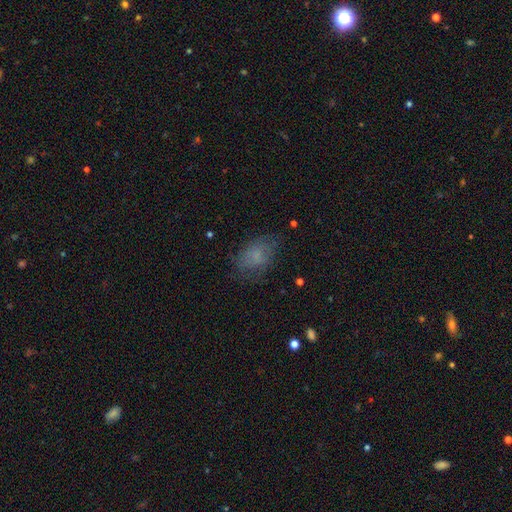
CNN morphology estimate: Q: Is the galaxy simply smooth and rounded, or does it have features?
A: smooth — 69%.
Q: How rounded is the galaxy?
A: in between — 83%.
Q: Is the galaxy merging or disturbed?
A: none — 63%.